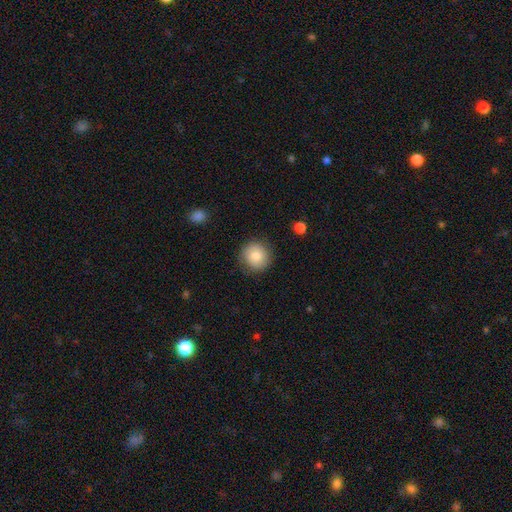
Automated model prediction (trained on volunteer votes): smooth-or-featured: smooth: 83% | featured or disk: 9% | star or artifact: 8%
  how-rounded: round: 91% | in between: 8% | cigar-shaped: 1%
  merging: none: 86% | minor disturbance: 10% | major disturbance: 3% | merger: 1%